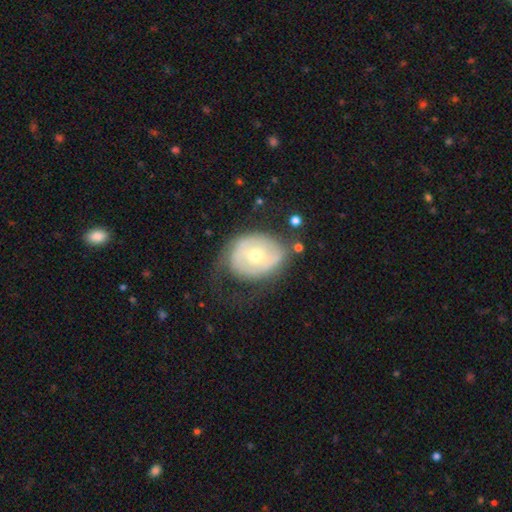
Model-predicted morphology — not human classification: featured or disk 60%, smooth 33%, star or artifact 7%. Down the decision tree: edge-on disk — no (95%); bar — no (67%); spiral arms — no (55%); bulge size — moderate (58%); merging — none (51%).